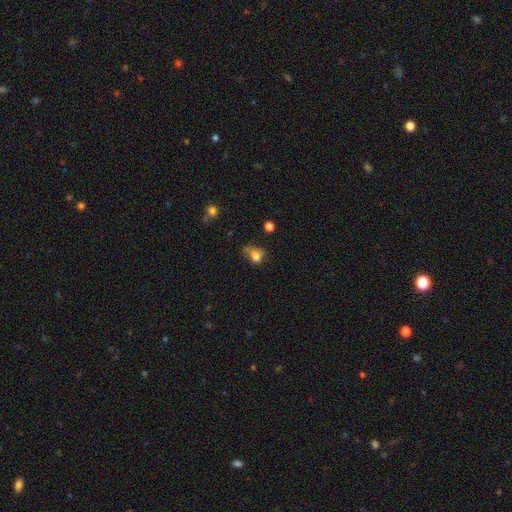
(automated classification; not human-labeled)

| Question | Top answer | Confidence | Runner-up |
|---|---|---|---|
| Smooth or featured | smooth | 73% | featured or disk (14%) |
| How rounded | in between | 59% | round (39%) |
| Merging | none | 32% | tied: minor disturbance (32%) |